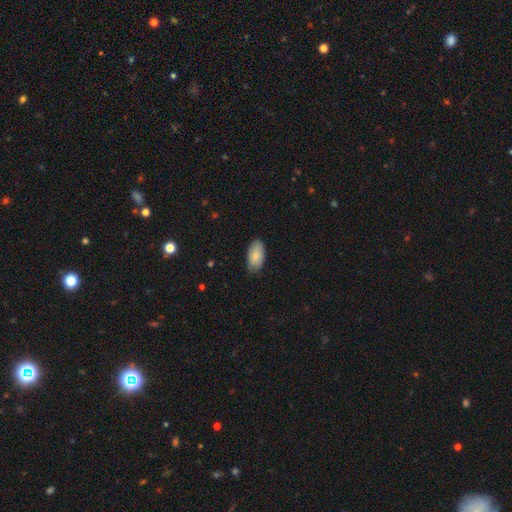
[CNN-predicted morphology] A smooth galaxy with no disk features (85%) that is in between round and cigar-shaped (95%). Merging: none (80%).